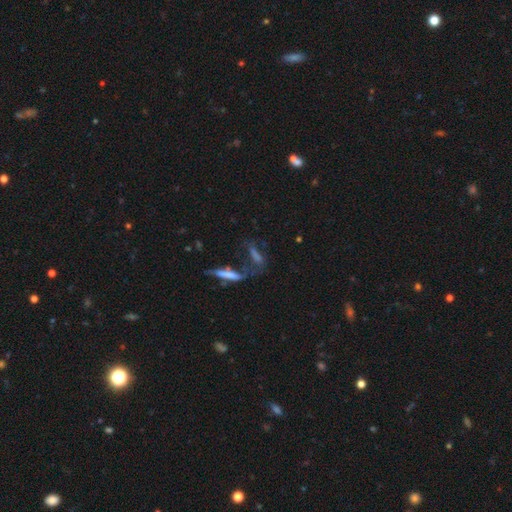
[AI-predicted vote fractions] Smooth or featured?
  - smooth: 39% *
  - featured or disk: 37%
  - star or artifact: 24%
Merging?
  - merger: 40% *
  - none: 33%
  - major disturbance: 15%
  - minor disturbance: 12%